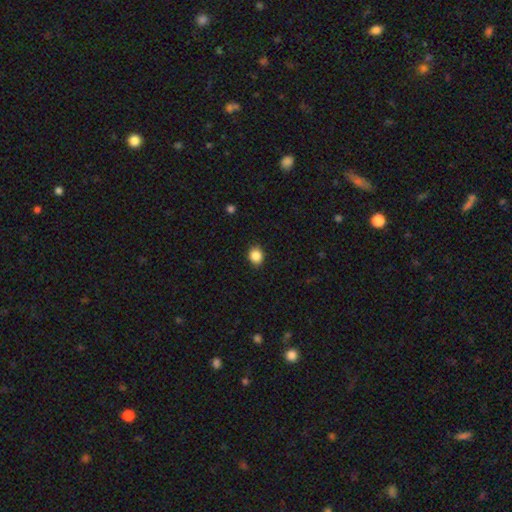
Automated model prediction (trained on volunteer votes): The model was most divided on "how rounded": round: 68%, in between: 31%, cigar-shaped: 1%. More confident: merging — none (89%); smooth or featured — smooth (87%).